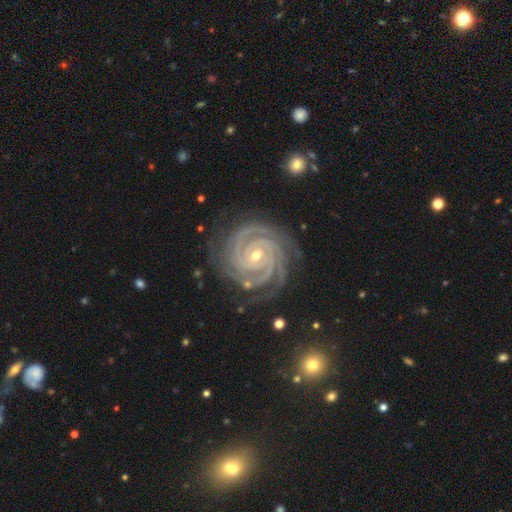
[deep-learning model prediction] Morphology: type=featured or disk (94%); edge-on=no (98%); bar=no (50%); spiral arms=yes (99%); winding=tight (88%); arm count=3 (33%); bulge=small (62%); merging=none (80%).